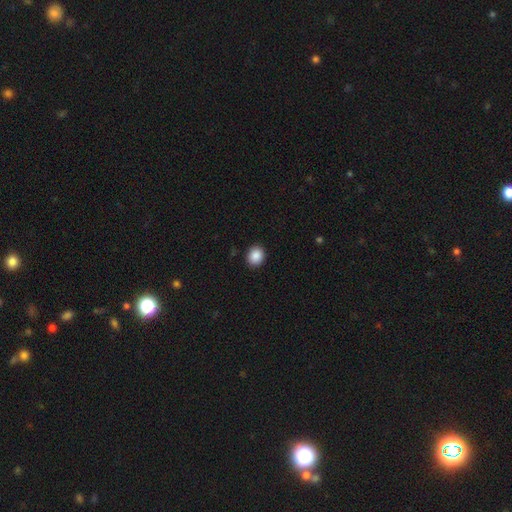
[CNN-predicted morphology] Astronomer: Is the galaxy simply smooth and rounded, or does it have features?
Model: smooth — 89%.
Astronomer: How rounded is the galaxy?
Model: round — 61% (runner-up: in between, 39%).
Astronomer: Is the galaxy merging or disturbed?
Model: none — 90%.